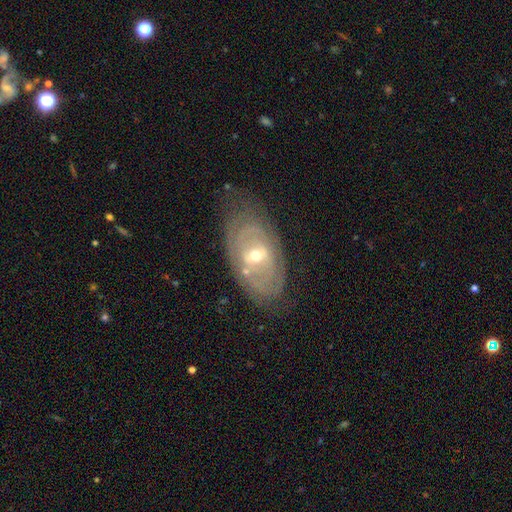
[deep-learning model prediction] Smooth or featured?
  - featured or disk: 77% *
  - smooth: 16%
  - star or artifact: 7%
Edge-on disk?
  - no: 93% *
  - yes: 7%
Bar?
  - no: 48% *
  - weak: 38%
  - strong: 15%
Spiral arms?
  - yes: 71% *
  - no: 29%
Spiral winding?
  - tight: 71% *
  - medium: 22%
  - loose: 8%
Spiral arm count?
  - can't tell: 48% *
  - 2: 33%
  - 3: 8%
  - 1: 5%
  - 4: 4%
  - more than 4: 3%
Bulge size?
  - moderate: 51% *
  - small: 46%
  - large: 2%
  - none: 1%
  - dominant: 1%
Merging?
  - none: 68% *
  - minor disturbance: 20%
  - major disturbance: 8%
  - merger: 4%